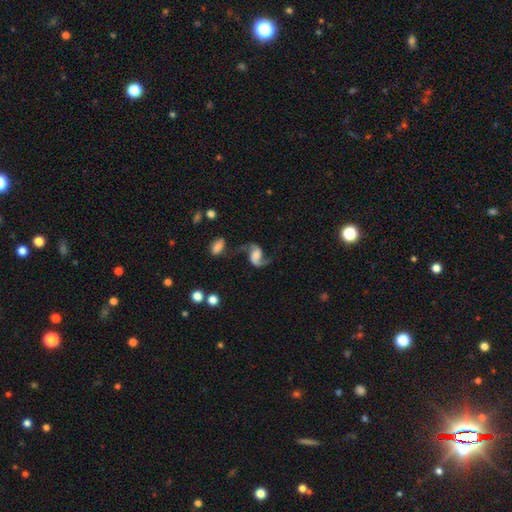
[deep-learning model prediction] Smooth or featured?
  - featured or disk: 85% *
  - smooth: 8%
  - star or artifact: 7%
Edge-on disk?
  - no: 97% *
  - yes: 3%
Bar?
  - no: 45% *
  - weak: 37%
  - strong: 18%
Spiral arms?
  - yes: 96% *
  - no: 4%
Spiral winding?
  - loose: 69% *
  - medium: 26%
  - tight: 5%
Spiral arm count?
  - 2: 93% *
  - 1: 3%
  - can't tell: 2%
  - 3: 1%
  - 4: 1%
  - more than 4: 1%
Bulge size?
  - none: 40% *
  - large: 24%
  - moderate: 17%
  - small: 14%
  - dominant: 6%
Merging?
  - none: 68% *
  - minor disturbance: 15%
  - major disturbance: 11%
  - merger: 6%